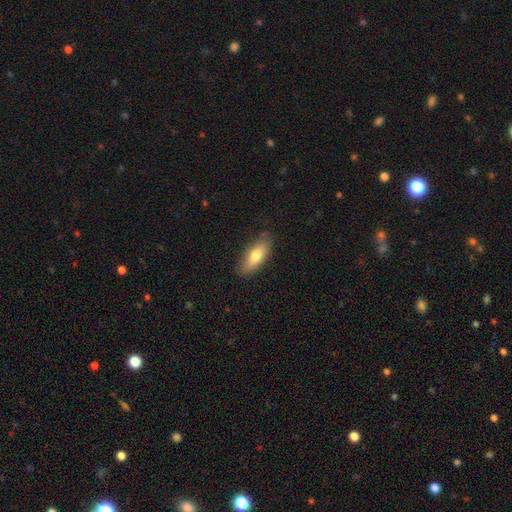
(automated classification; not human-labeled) Smooth or featured?
  - smooth: 74% *
  - featured or disk: 20%
  - star or artifact: 6%
How rounded?
  - in between: 71% *
  - cigar-shaped: 27%
  - round: 2%
Merging?
  - none: 83% *
  - minor disturbance: 13%
  - major disturbance: 3%
  - merger: 1%